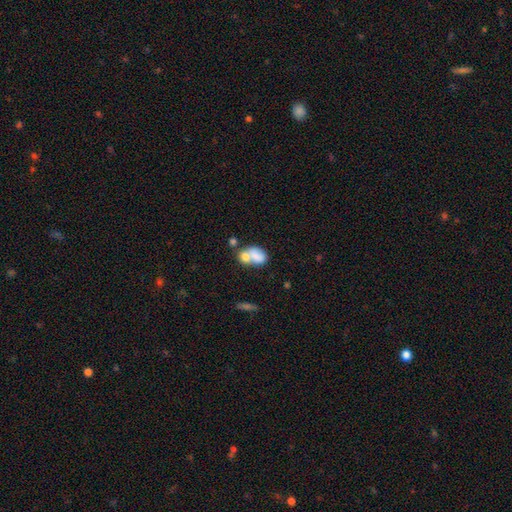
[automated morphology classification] Q: Smooth or featured?
A: smooth (73%); runner-up: featured or disk (19%)
Q: How rounded?
A: in between (77%); runner-up: round (21%)
Q: Merging?
A: merger (60%); runner-up: none (24%)